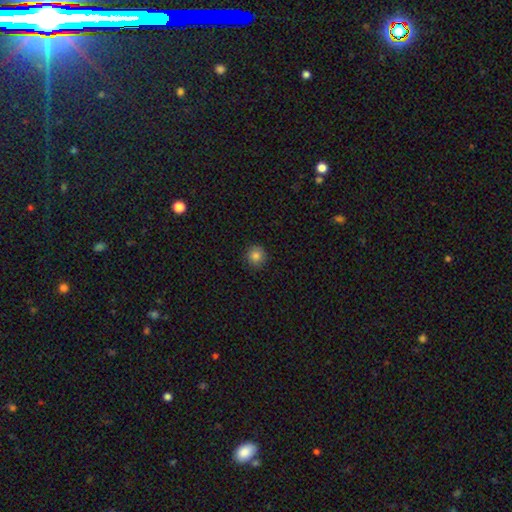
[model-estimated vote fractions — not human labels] This appears to be a smooth galaxy with no disk features (83%) that is round (94%). Merging: none (91%).